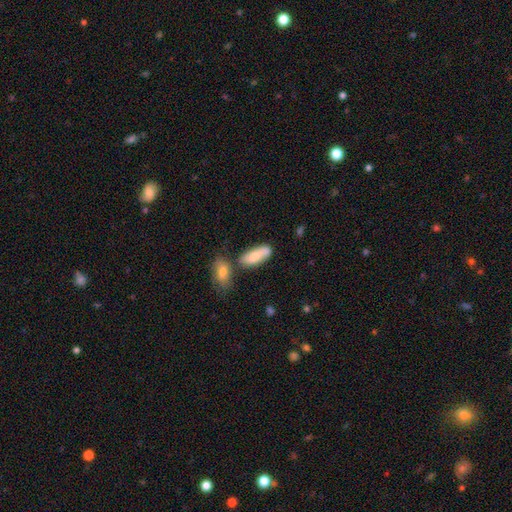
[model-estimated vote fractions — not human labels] Smooth or featured: smooth — 73% (featured or disk — 20%)
How rounded: in between — 73% (cigar-shaped — 24%)
Merging: none — 58% (merger — 19%)